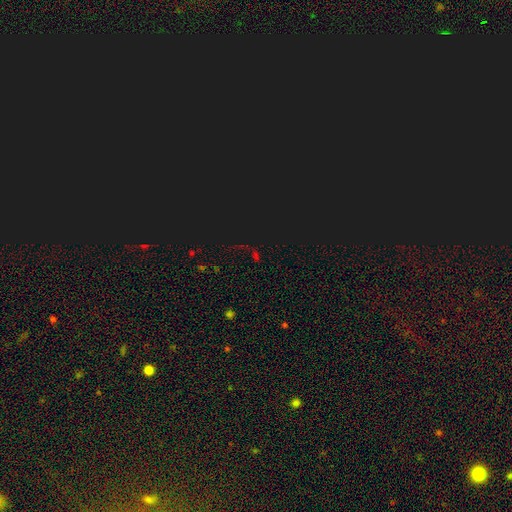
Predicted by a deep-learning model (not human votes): Q: Smooth or featured?
A: star or artifact (71%); runner-up: smooth (20%)